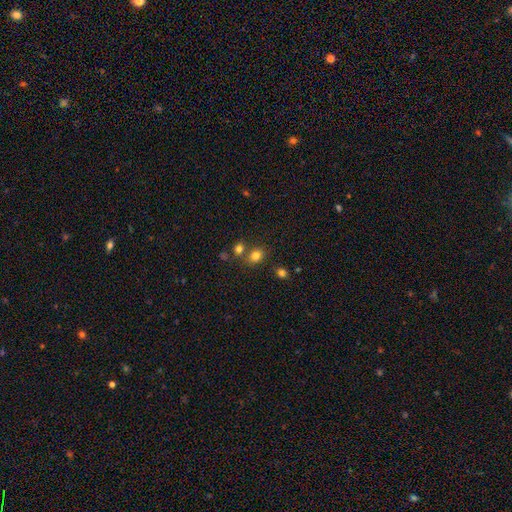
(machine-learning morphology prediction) A smooth galaxy with no disk features (79%) that is round (62%).

Vote fractions:
- Smooth or featured? smooth: 79% / star or artifact: 14% / featured or disk: 7%
- How rounded? round: 62% / in between: 37% / cigar-shaped: 1%
- Merging? none: 68% / merger: 18% / minor disturbance: 10% / major disturbance: 3%